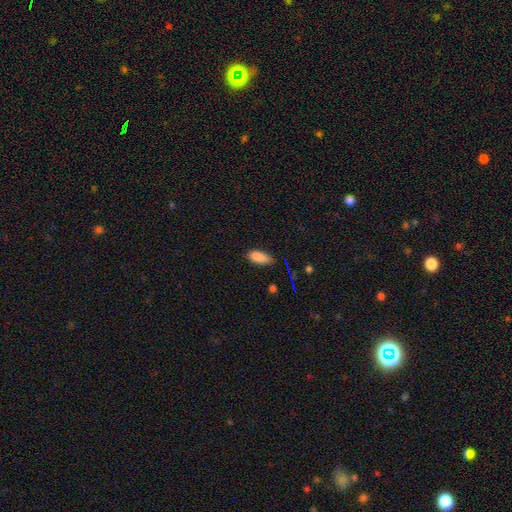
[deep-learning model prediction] This appears to be a smooth galaxy with no disk features (85%) that is in between round and cigar-shaped (80%). Merging: none (61%).